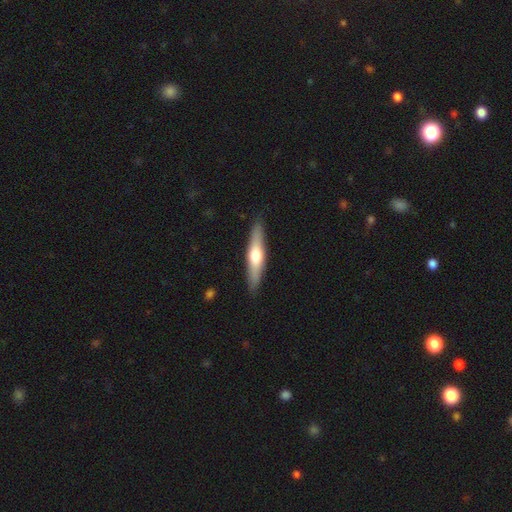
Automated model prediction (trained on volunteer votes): smooth_or_featured: featured or disk (p=0.49) [alt: smooth p=0.46]
merging: none (p=0.89) [alt: minor disturbance p=0.08]